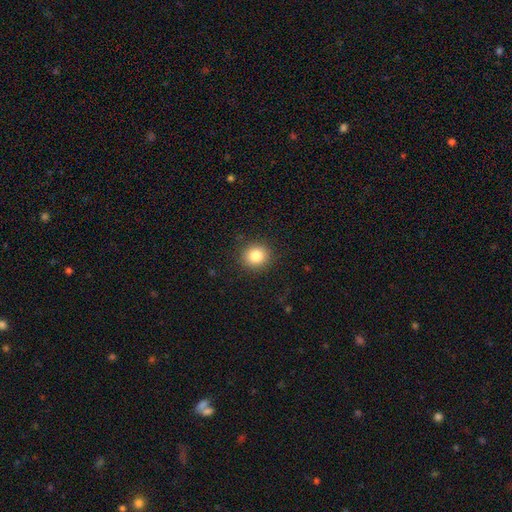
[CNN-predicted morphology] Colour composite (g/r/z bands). It shows a smooth galaxy with no disk features (84%) that is round (87%). Merging: none (89%).